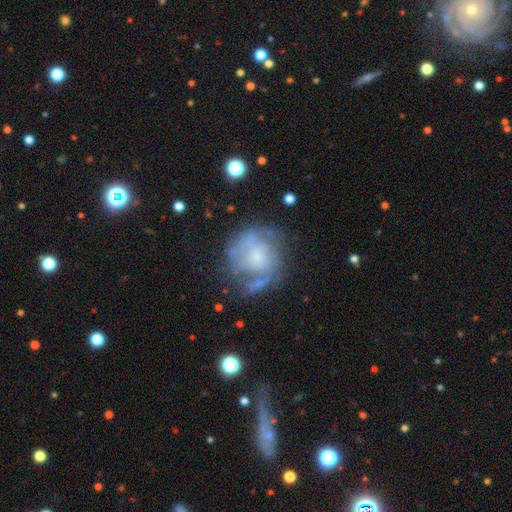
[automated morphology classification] type=featured or disk (61%); edge-on=no (97%); bar=no (69%); spiral arms=yes (64%); bulge=small (45%); merging=none (51%).